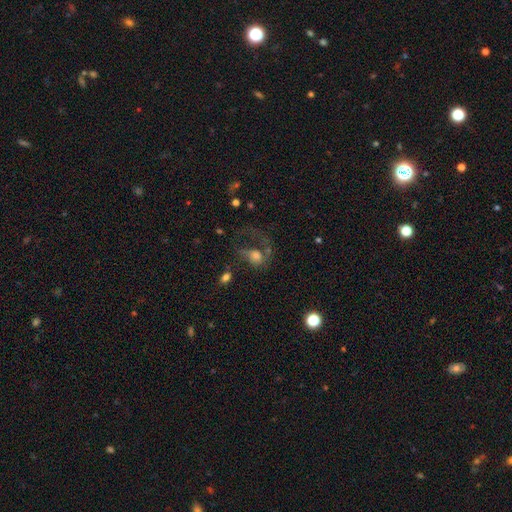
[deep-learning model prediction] This appears to be a featured or disk galaxy (45%). Merging: major disturbance (51%).